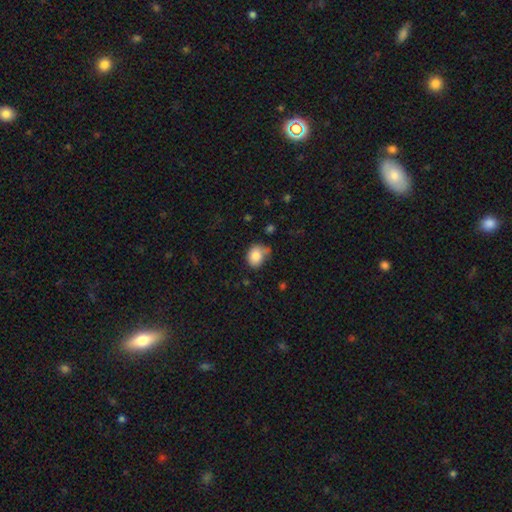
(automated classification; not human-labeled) Smooth or featured?
  - smooth: 82% *
  - featured or disk: 9%
  - star or artifact: 9%
How rounded?
  - round: 50% *
  - in between: 49%
  - cigar-shaped: 1%
Merging?
  - none: 52% *
  - minor disturbance: 31%
  - major disturbance: 10%
  - merger: 7%